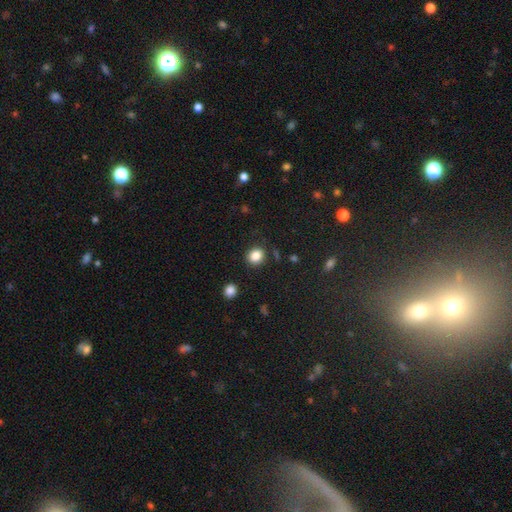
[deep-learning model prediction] smooth_or_featured: smooth (p=0.85) [alt: star or artifact p=0.10]
how_rounded: round (p=0.73) [alt: in between p=0.26]
merging: none (p=0.86) [alt: minor disturbance p=0.09]